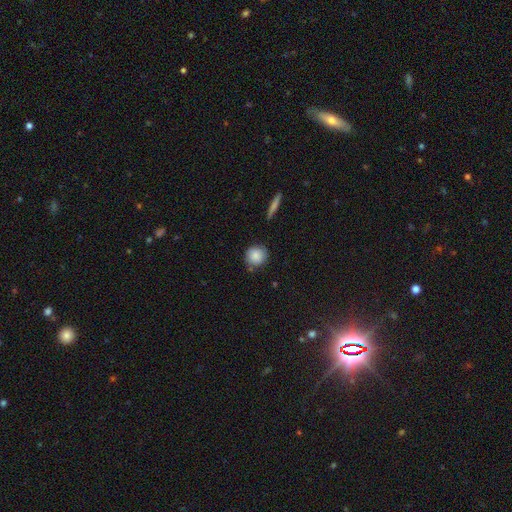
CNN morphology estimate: This is clearly a smooth galaxy (85%). How rounded: clearly round (89%). Merging: likely none (79%).